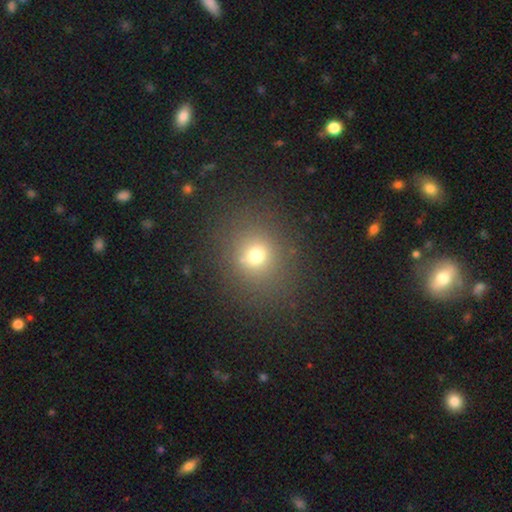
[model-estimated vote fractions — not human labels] smooth_or_featured: smooth (p=0.70) [alt: star or artifact p=0.20]
how_rounded: round (p=0.77) [alt: in between p=0.22]
merging: none (p=0.83) [alt: minor disturbance p=0.09]